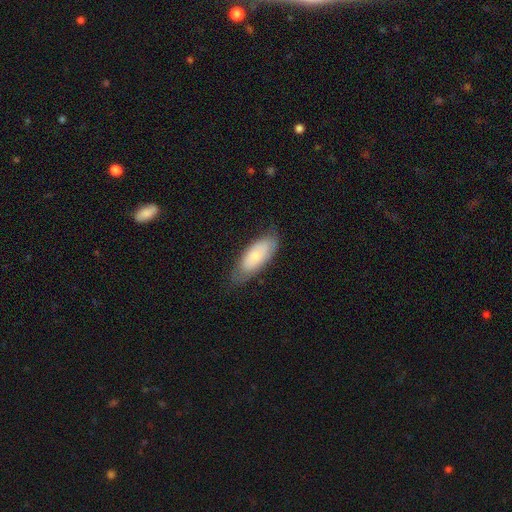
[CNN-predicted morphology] This appears to be a smooth galaxy with no disk features (67%) that is in between round and cigar-shaped (82%). Merging: none (71%).